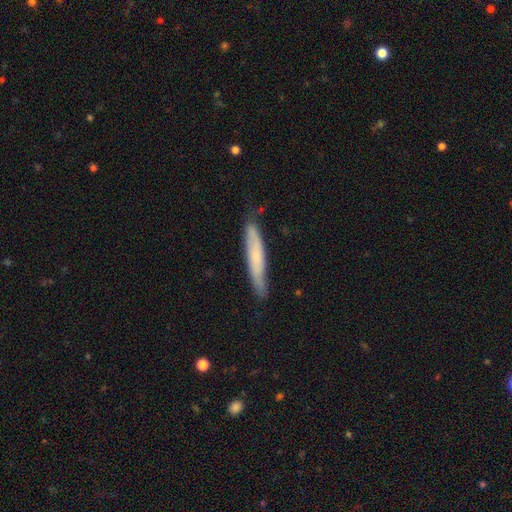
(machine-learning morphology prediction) smooth 55%, featured or disk 39%, star or artifact 6%. Down the decision tree: how rounded — cigar-shaped (92%); merging — none (76%).